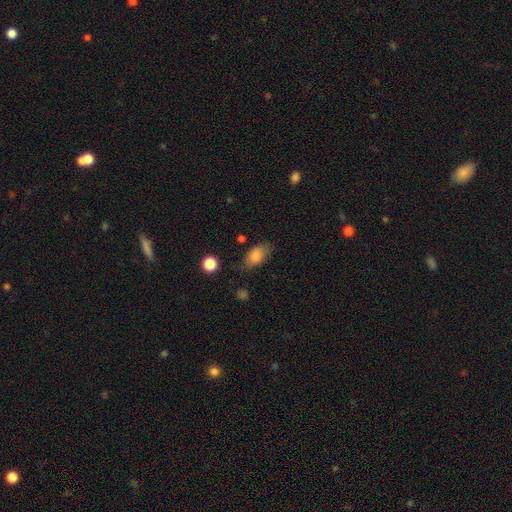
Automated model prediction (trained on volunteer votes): smooth-or-featured: smooth: 81% | featured or disk: 11% | star or artifact: 8%
  how-rounded: in between: 88% | round: 9% | cigar-shaped: 3%
  merging: none: 71% | minor disturbance: 20% | major disturbance: 6% | merger: 2%